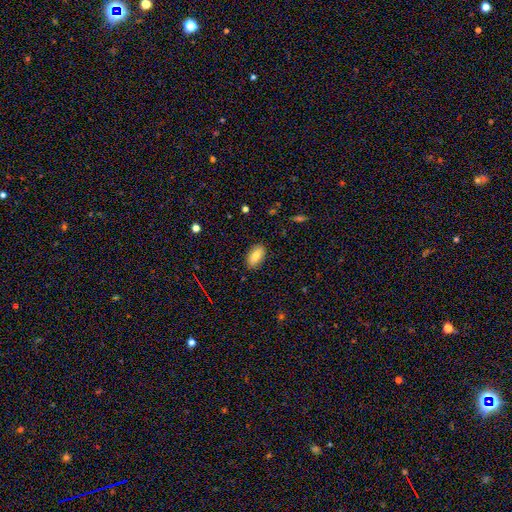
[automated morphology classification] type=smooth (79%); roundness=in between (87%); merging=none (86%).